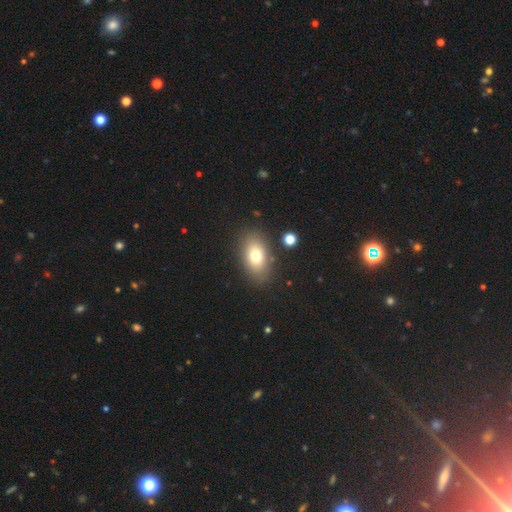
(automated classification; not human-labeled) A smooth galaxy with no disk features (75%) that is in between round and cigar-shaped (87%). Merging: none (84%).